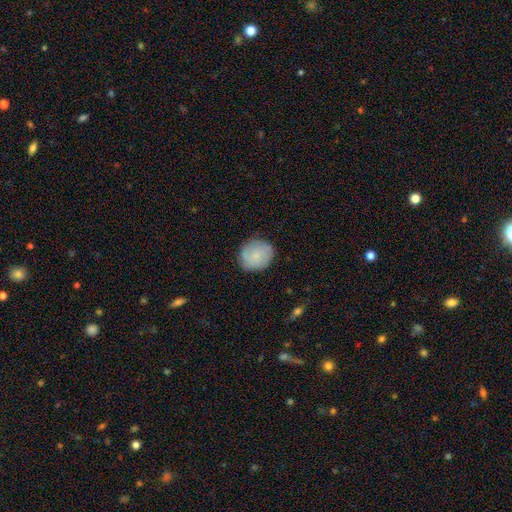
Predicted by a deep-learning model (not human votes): Q: Smooth or featured?
A: smooth (75%); runner-up: featured or disk (18%)
Q: How rounded?
A: round (84%); runner-up: in between (15%)
Q: Merging?
A: none (82%); runner-up: minor disturbance (14%)